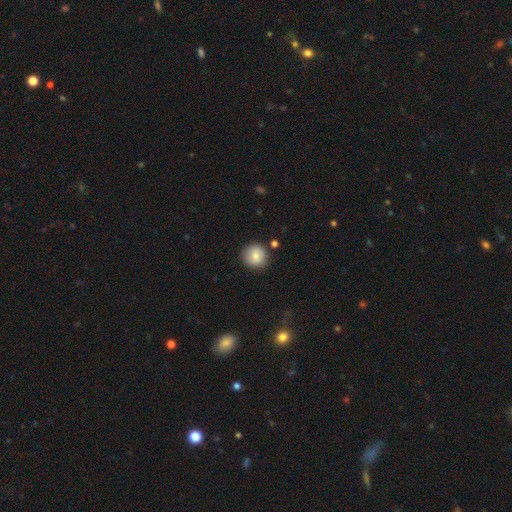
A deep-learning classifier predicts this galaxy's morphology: smooth-or-featured: smooth: 84% | star or artifact: 9% | featured or disk: 8%
  how-rounded: round: 91% | in between: 8% | cigar-shaped: 1%
  merging: none: 83% | minor disturbance: 11% | merger: 3% | major disturbance: 3%